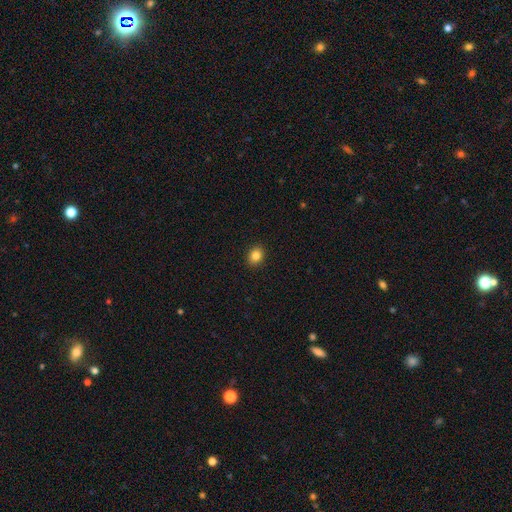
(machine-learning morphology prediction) type=smooth (84%); roundness=round (61%); merging=none (92%).